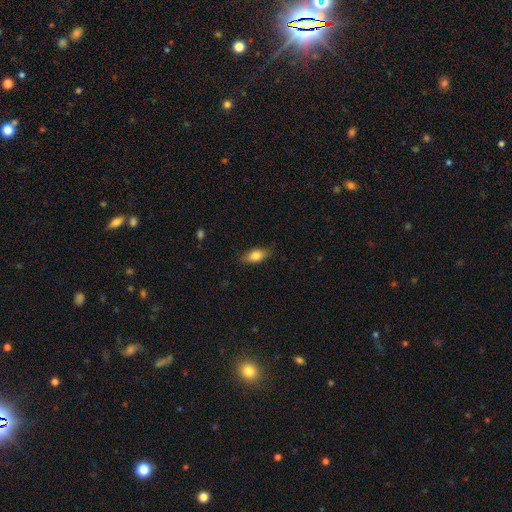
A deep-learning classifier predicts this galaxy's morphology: Smooth or featured: smooth — 77% (featured or disk — 16%)
How rounded: in between — 80% (cigar-shaped — 15%)
Merging: none — 83% (minor disturbance — 13%)